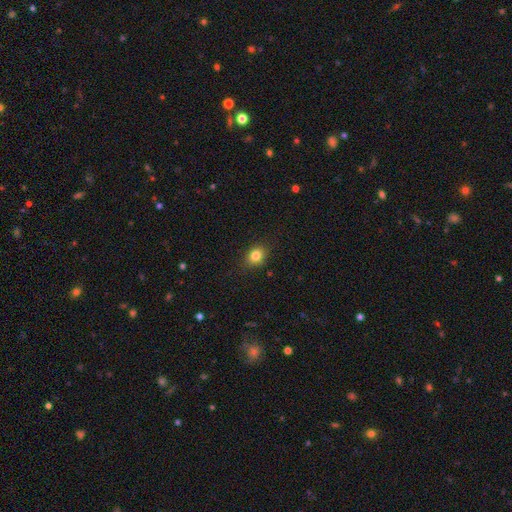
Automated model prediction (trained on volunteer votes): The model was most divided on "how rounded": round: 54%, in between: 45%, cigar-shaped: 1%. More confident: merging — none (87%); smooth or featured — smooth (83%).